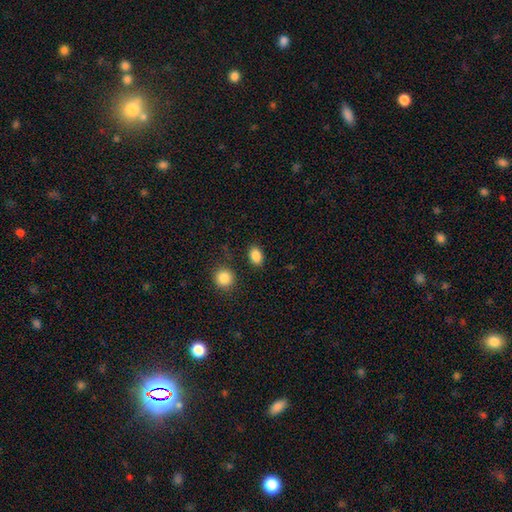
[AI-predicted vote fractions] A smooth galaxy with no disk features (87%) that is in between round and cigar-shaped (76%). Merging: none (84%).